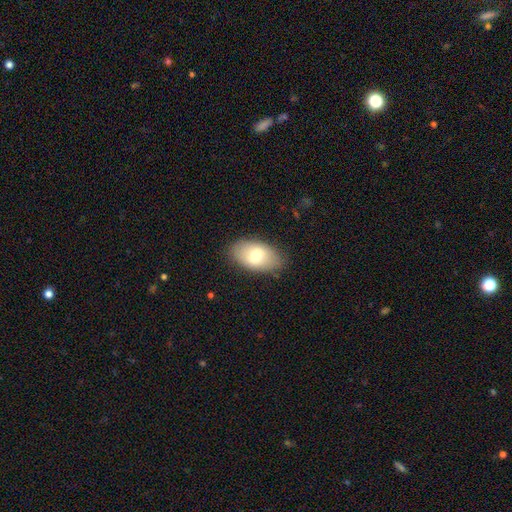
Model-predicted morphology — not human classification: This appears to be a smooth galaxy with no disk features (71%) that is in between round and cigar-shaped (92%). Merging: none (83%).